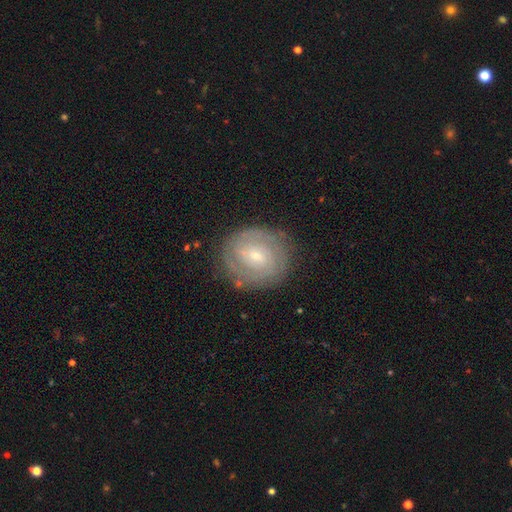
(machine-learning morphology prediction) A featured or disk galaxy (77%) with a weak bar (47%), 2 (45%) tight (74%) spiral arms (91%) and a small central bulge (71%).

Vote fractions:
- Smooth or featured? featured or disk: 77% / smooth: 16% / star or artifact: 6%
- Edge-on disk? no: 97% / yes: 3%
- Bar? weak: 47% / no: 42% / strong: 11%
- Spiral arms? yes: 91% / no: 9%
- Spiral winding? tight: 74% / medium: 21% / loose: 5%
- Spiral arm count? 2: 45% / can't tell: 31% / 3: 11% / 4: 5% / 1: 4% / more than 4: 4%
- Bulge size? small: 71% / moderate: 25% / none: 1% / large: 1% / dominant: 1%
- Merging? none: 82% / minor disturbance: 12% / major disturbance: 4% / merger: 1%